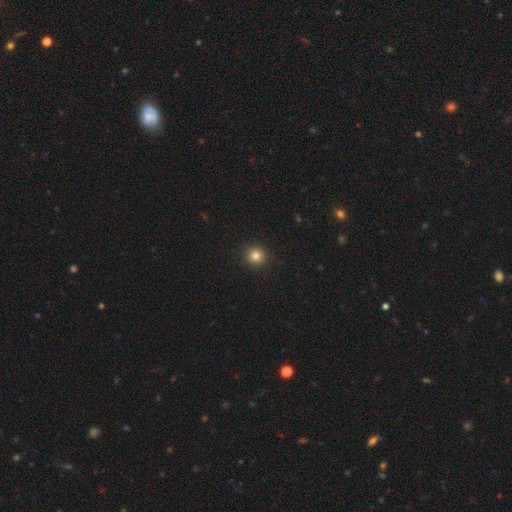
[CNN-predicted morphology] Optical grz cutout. It shows a smooth galaxy with no disk features (82%) that is round (93%). Merging: none (93%).